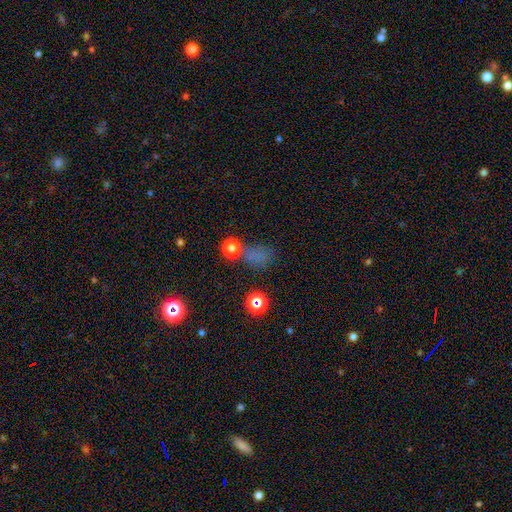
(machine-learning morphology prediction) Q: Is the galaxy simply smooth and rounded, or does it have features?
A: smooth — 55%.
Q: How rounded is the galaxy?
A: round — 52%.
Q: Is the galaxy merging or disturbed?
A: none — 57%.